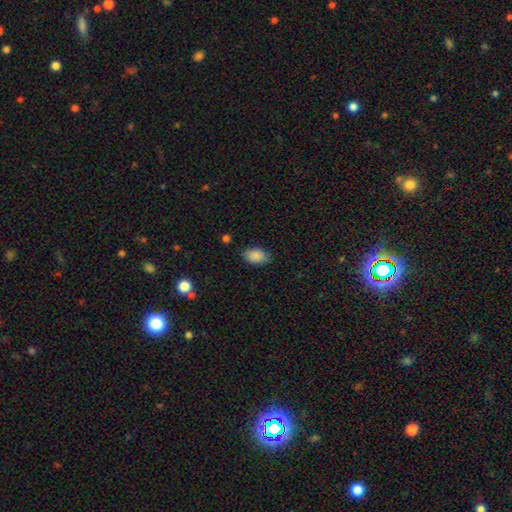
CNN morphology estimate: Smooth or featured? smooth (88%)
How rounded? in between (89%)
Merging? none (83%)